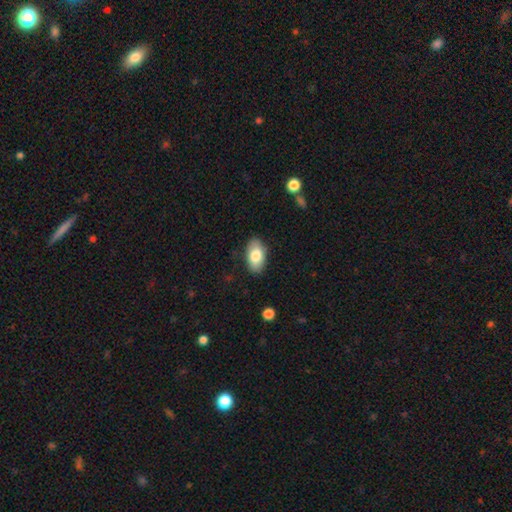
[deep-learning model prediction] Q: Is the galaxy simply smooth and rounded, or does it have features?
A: smooth — 80%.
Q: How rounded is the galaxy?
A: in between — 94%.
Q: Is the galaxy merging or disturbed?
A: none — 86%.